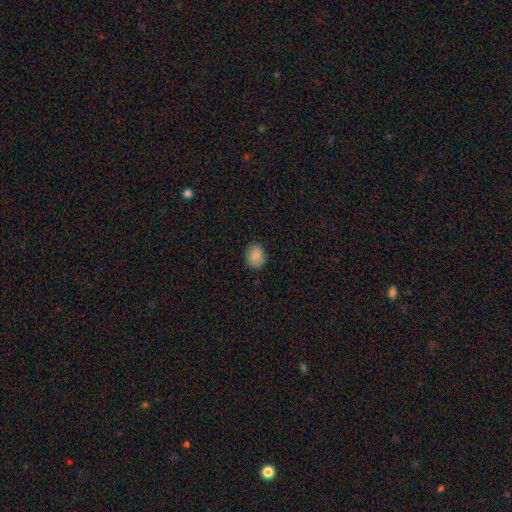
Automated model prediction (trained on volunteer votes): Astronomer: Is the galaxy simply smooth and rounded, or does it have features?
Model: smooth — 87%.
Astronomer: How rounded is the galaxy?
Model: round — 54% (runner-up: in between, 45%).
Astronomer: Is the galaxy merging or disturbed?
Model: none — 86%.